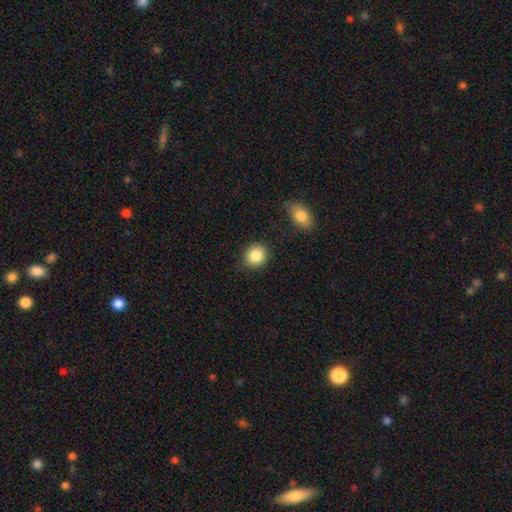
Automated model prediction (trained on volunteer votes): smooth 86%, star or artifact 8%, featured or disk 5%. Down the decision tree: how rounded — round (83%); merging — none (85%).